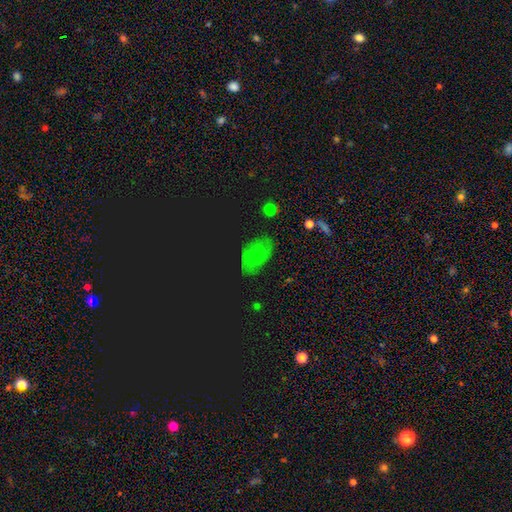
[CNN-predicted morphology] Smooth or featured: smooth — 42% (star or artifact — 39%)
Merging: none — 74% (minor disturbance — 18%)